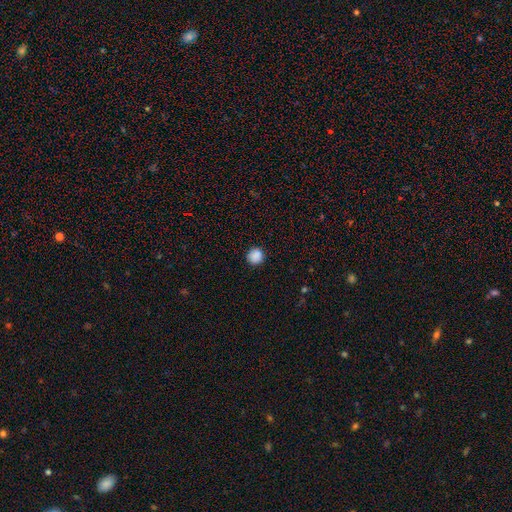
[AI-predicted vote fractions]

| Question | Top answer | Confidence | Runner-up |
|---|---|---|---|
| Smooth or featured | smooth | 88% | star or artifact (9%) |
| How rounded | round | 92% | in between (7%) |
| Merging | none | 89% | minor disturbance (8%) |